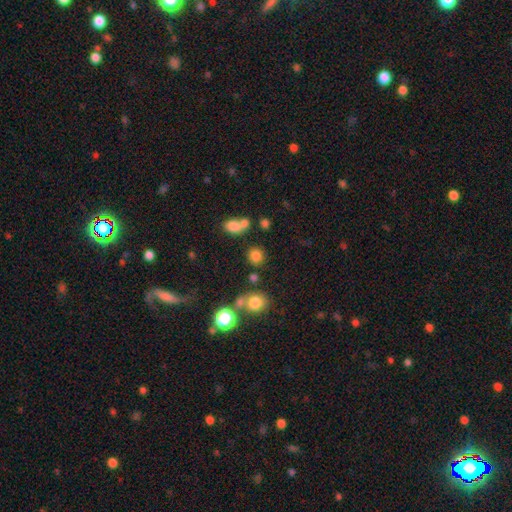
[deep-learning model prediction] Smooth or featured?
  - smooth: 78% *
  - star or artifact: 16%
  - featured or disk: 6%
How rounded?
  - round: 86% *
  - in between: 13%
  - cigar-shaped: 1%
Merging?
  - none: 76% *
  - merger: 12%
  - minor disturbance: 9%
  - major disturbance: 4%